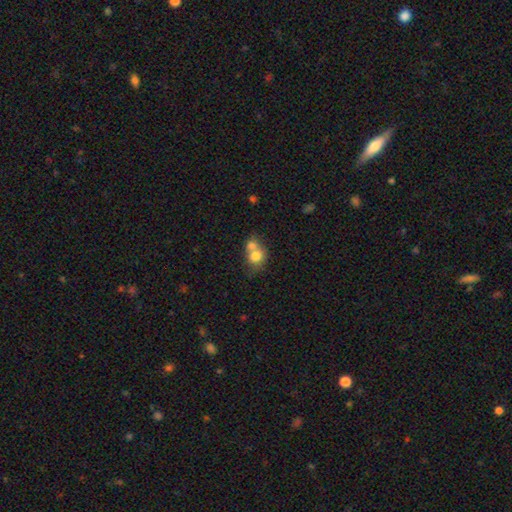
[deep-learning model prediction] Q: Smooth or featured?
A: smooth (74%); runner-up: featured or disk (16%)
Q: How rounded?
A: round (64%); runner-up: in between (35%)
Q: Merging?
A: merger (64%); runner-up: none (25%)